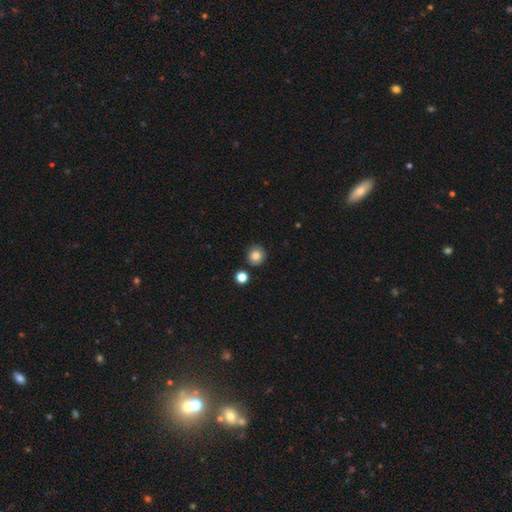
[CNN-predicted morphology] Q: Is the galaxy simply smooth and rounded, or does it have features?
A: smooth — 83%.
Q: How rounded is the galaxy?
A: round — 92%.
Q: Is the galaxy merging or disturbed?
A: none — 86%.